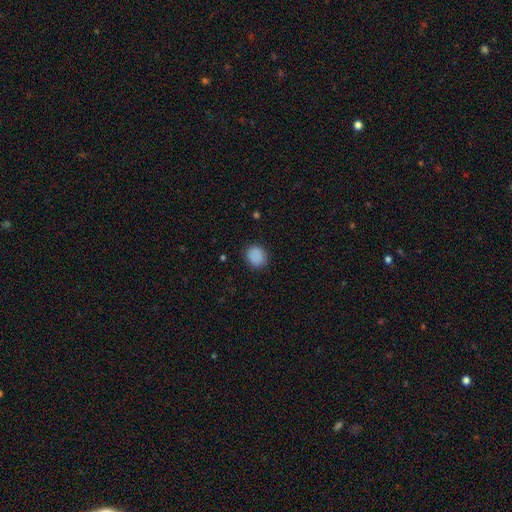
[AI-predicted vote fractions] Smooth or featured? smooth (88%)
How rounded? round (72%)
Merging? none (87%)